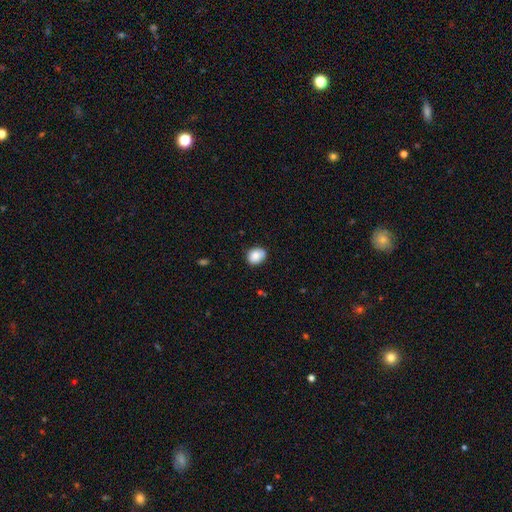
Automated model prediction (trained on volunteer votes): Smooth or featured? Predicted: smooth (p=0.87). How rounded? Predicted: in between (p=0.50). Merging? Predicted: none (p=0.81).